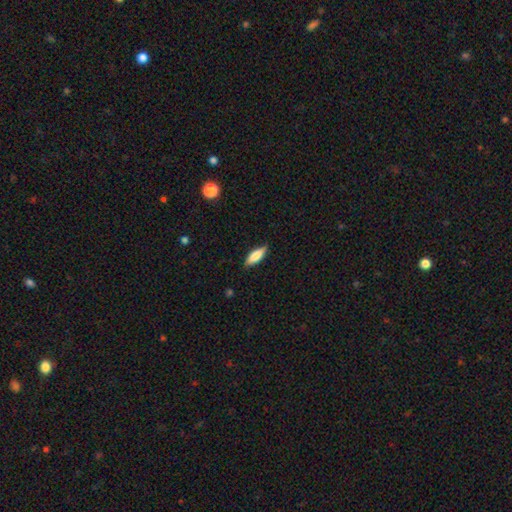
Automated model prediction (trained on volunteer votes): Morphology: type=smooth (81%); roundness=in between (59%); merging=none (83%).